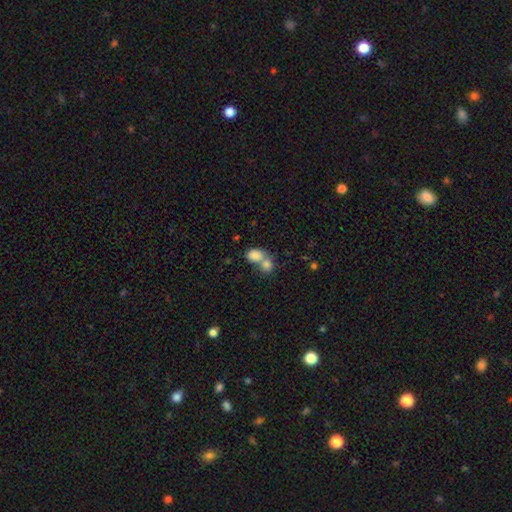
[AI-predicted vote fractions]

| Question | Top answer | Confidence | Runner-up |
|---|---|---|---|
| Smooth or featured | smooth | 82% | featured or disk (9%) |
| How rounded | in between | 62% | round (37%) |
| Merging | merger | 63% | none (26%) |